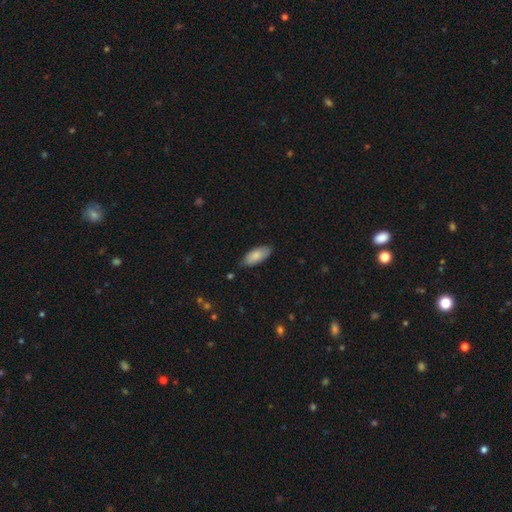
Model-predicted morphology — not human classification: Q: Smooth or featured?
A: smooth (83%); runner-up: featured or disk (11%)
Q: How rounded?
A: in between (85%); runner-up: cigar-shaped (13%)
Q: Merging?
A: none (80%); runner-up: minor disturbance (16%)